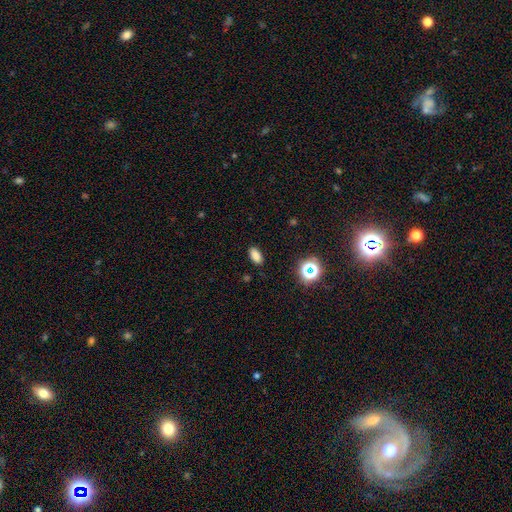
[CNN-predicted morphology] Smooth or featured?
  - smooth: 80% *
  - star or artifact: 15%
  - featured or disk: 5%
How rounded?
  - in between: 88% *
  - round: 6%
  - cigar-shaped: 6%
Merging?
  - none: 88% *
  - minor disturbance: 9%
  - major disturbance: 2%
  - merger: 1%